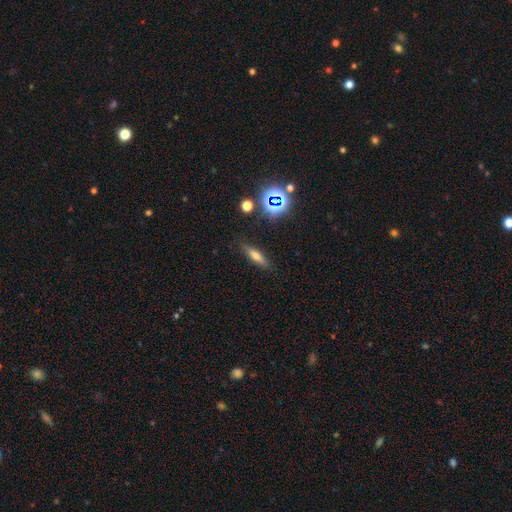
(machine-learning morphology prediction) A smooth galaxy with no disk features (56%) that is cigar-shaped (69%). Merging: none (85%).